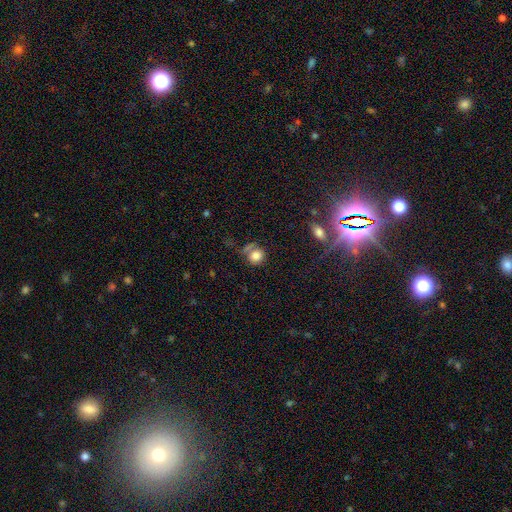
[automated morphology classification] A smooth galaxy with no disk features (80%) that is round (82%).

Vote fractions:
- Smooth or featured? smooth: 80% / star or artifact: 11% / featured or disk: 9%
- How rounded? round: 82% / in between: 16% / cigar-shaped: 2%
- Merging? none: 58% / minor disturbance: 17% / merger: 15% / major disturbance: 11%